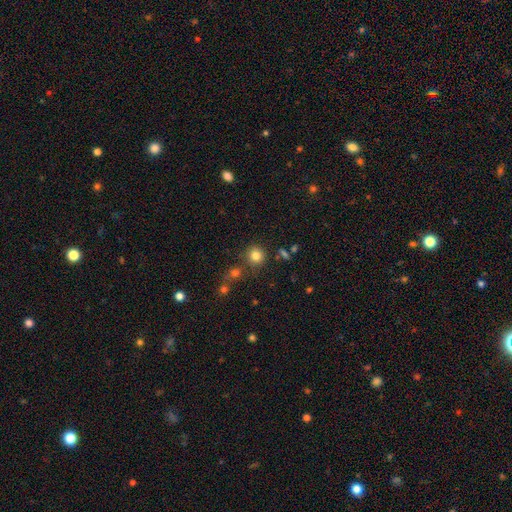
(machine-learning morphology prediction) smooth_or_featured: smooth (p=0.79) [alt: star or artifact p=0.14]
how_rounded: round (p=0.92) [alt: in between p=0.07]
merging: none (p=0.80) [alt: merger p=0.08]